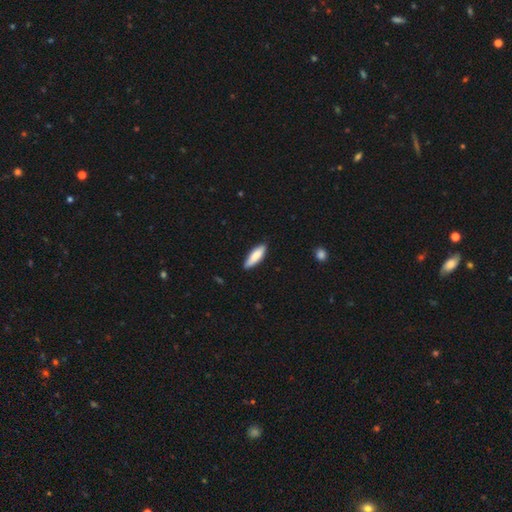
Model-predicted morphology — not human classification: Q: Smooth or featured?
A: smooth (81%); runner-up: featured or disk (14%)
Q: How rounded?
A: cigar-shaped (60%); runner-up: in between (39%)
Q: Merging?
A: none (86%); runner-up: minor disturbance (11%)